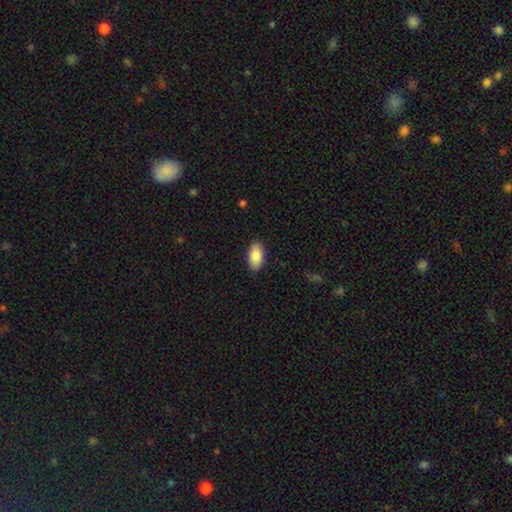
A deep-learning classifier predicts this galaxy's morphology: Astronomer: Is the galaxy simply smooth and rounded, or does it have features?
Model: smooth — 86%.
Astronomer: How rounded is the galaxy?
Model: in between — 93%.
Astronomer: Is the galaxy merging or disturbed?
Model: none — 89%.